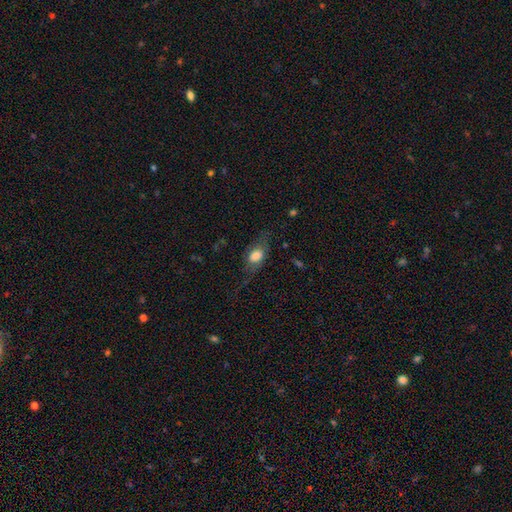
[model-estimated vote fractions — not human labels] smooth-or-featured: smooth: 61% | featured or disk: 31% | star or artifact: 8%
  how-rounded: in between: 79% | round: 11% | cigar-shaped: 10%
  merging: none: 60% | minor disturbance: 22% | major disturbance: 16% | merger: 2%